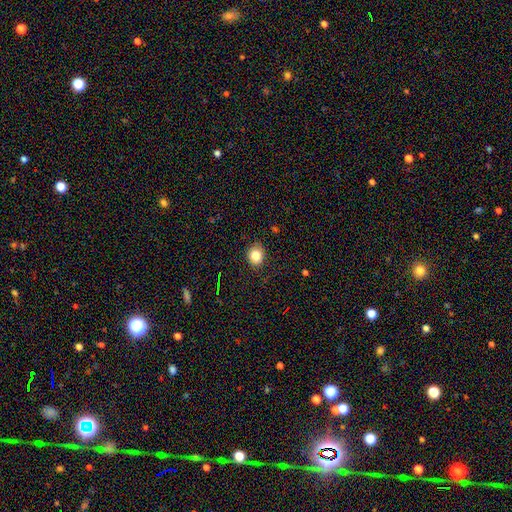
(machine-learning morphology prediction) Q: Smooth or featured?
A: smooth (83%); runner-up: star or artifact (11%)
Q: How rounded?
A: round (68%); runner-up: in between (31%)
Q: Merging?
A: none (86%); runner-up: minor disturbance (10%)